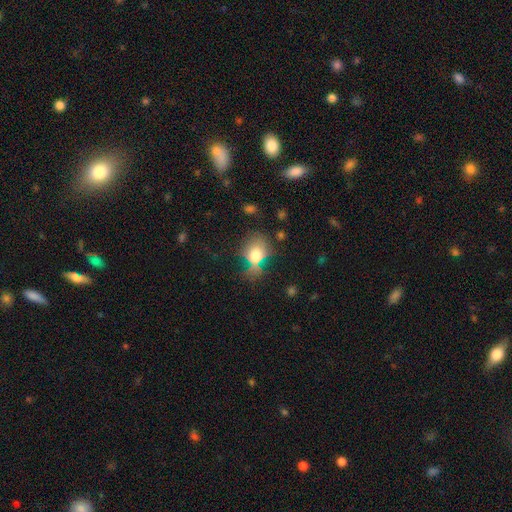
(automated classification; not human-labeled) A smooth galaxy with no disk features (70%) that is in between round and cigar-shaped (51%). Merging: none (48%).